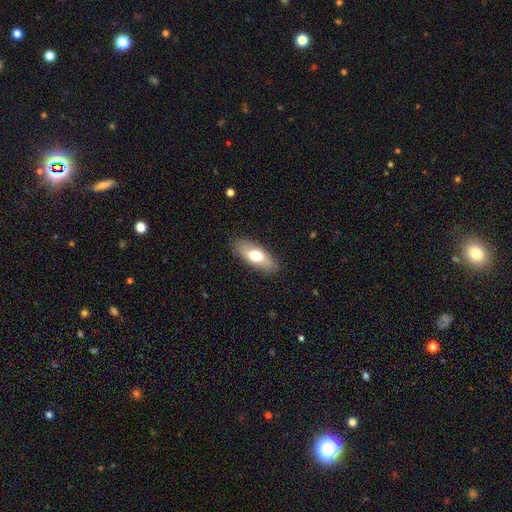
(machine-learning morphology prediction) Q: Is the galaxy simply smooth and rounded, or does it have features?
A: smooth — 65%.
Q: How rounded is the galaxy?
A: in between — 76%.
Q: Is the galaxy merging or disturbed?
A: none — 85%.